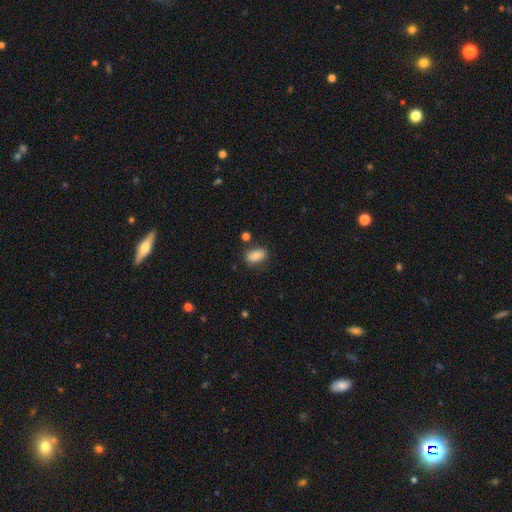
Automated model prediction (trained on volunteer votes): Overall: smooth (83%). How rounded: in between (89%). Merging: none (76%).